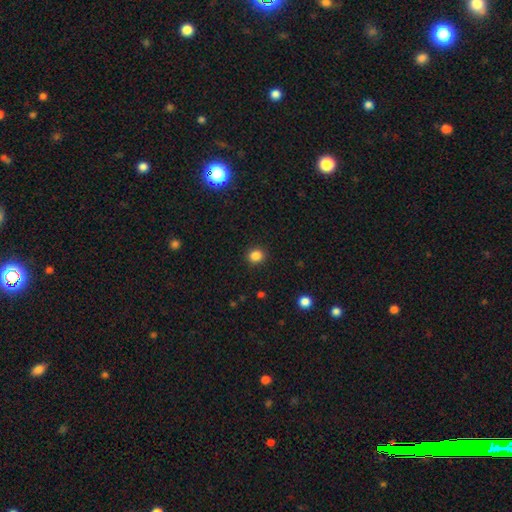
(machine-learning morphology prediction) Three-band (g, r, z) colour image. It shows a smooth galaxy with no disk features (85%) that is round (79%). Merging: none (91%).